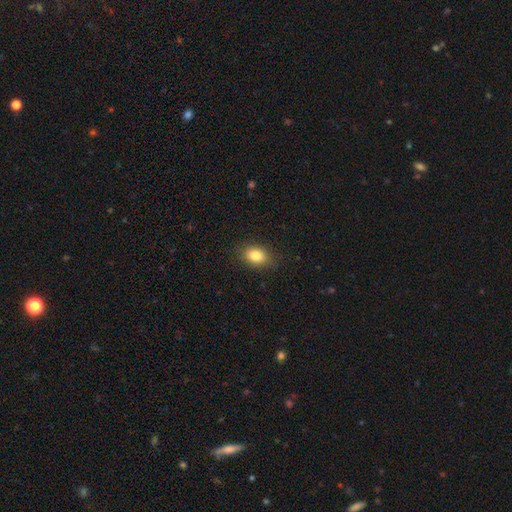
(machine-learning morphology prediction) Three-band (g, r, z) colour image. It shows a smooth galaxy with no disk features (84%) that is in between round and cigar-shaped (74%). Merging: none (85%).